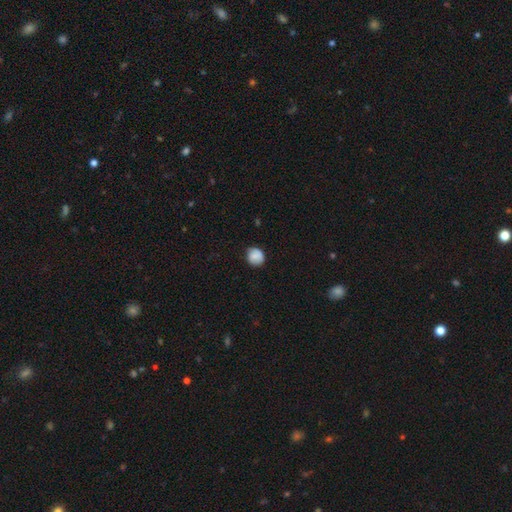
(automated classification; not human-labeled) Smooth or featured? smooth (83%)
How rounded? round (83%)
Merging? none (80%)